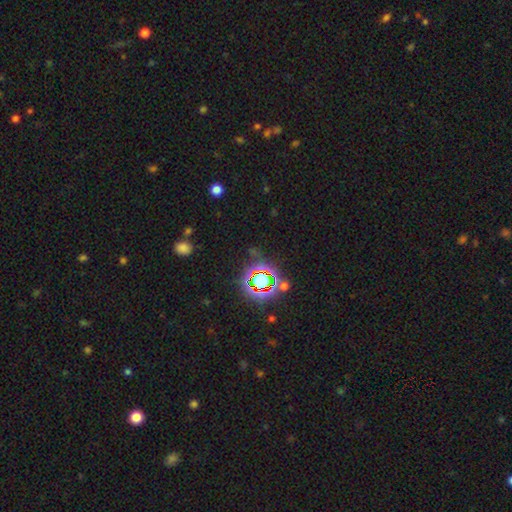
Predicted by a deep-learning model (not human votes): This appears to be a star or artifact, not a galaxy (76%).